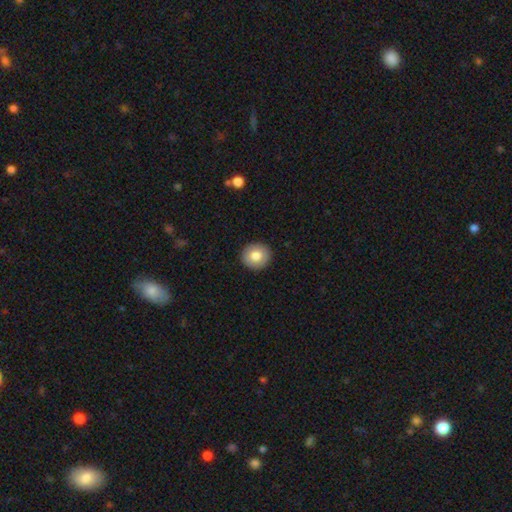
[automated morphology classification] The model was most divided on "smooth or featured": smooth: 79%, featured or disk: 14%, star or artifact: 7%. More confident: merging — none (92%); how rounded — round (88%).